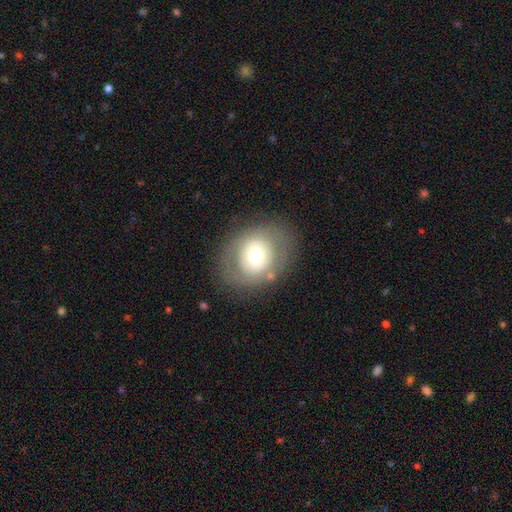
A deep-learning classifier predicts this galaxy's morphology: Smooth or featured? Predicted: smooth (p=0.56). How rounded? Predicted: round (p=0.61). Merging? Predicted: none (p=0.80).